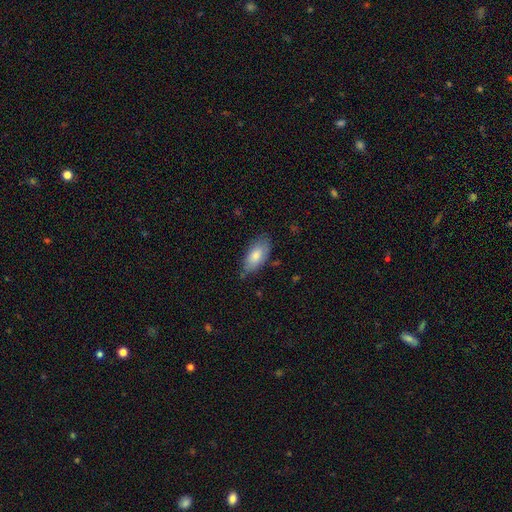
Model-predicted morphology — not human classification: Overall: smooth (80%). How rounded: in between (90%). Merging: none (73%).